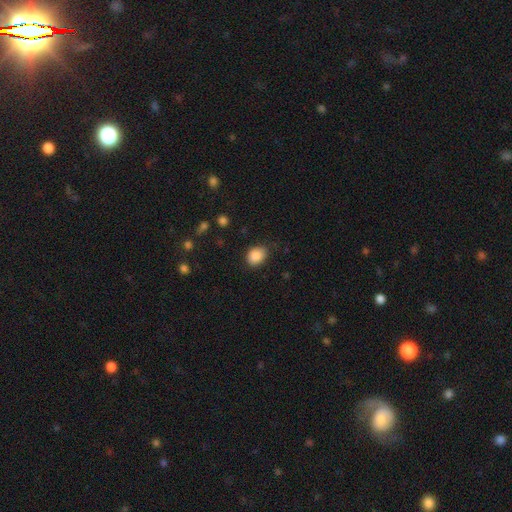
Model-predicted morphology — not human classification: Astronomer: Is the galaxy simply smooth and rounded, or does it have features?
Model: smooth — 88%.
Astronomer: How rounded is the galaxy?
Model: in between — 60% (runner-up: round, 39%).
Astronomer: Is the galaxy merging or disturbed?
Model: none — 75%.